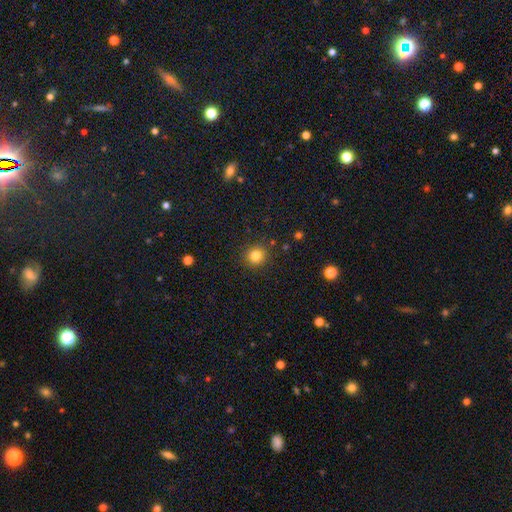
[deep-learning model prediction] Smooth or featured? smooth (82%)
How rounded? round (90%)
Merging? none (90%)